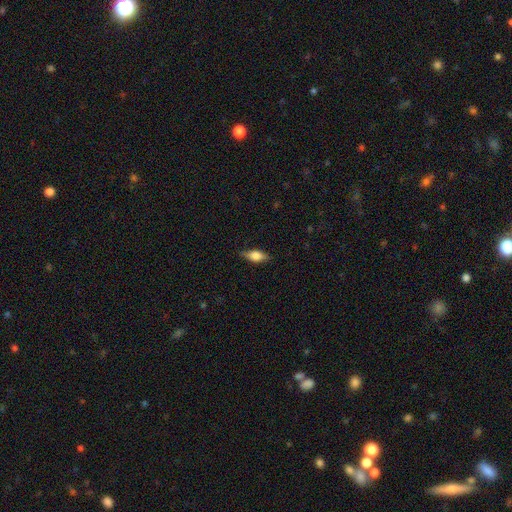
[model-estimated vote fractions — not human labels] This is likely a smooth galaxy (62%). How rounded: likely in between (75%). Merging: clearly none (81%).